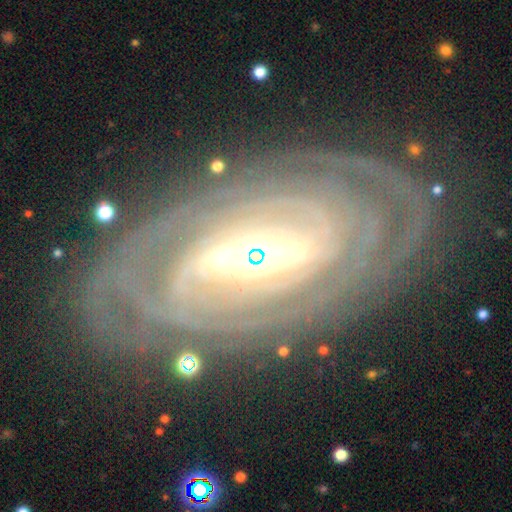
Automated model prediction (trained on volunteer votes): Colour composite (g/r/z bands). It shows a featured or disk galaxy (87%) with a strong bar (62%), tight (72%) spiral arms (93%) and a moderate central bulge (43%). Merging: none (69%).